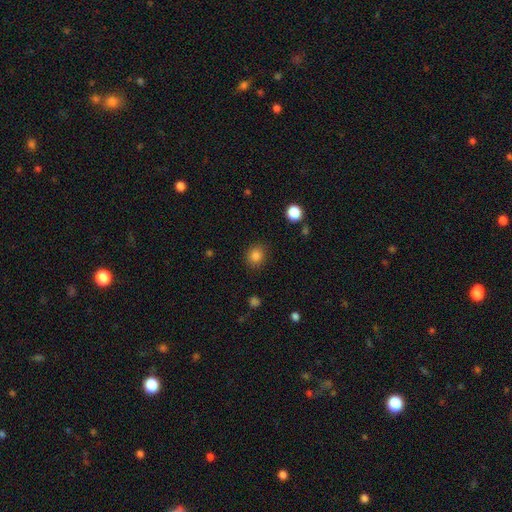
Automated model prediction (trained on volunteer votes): Morphology: type=smooth (84%); roundness=round (80%); merging=none (87%).